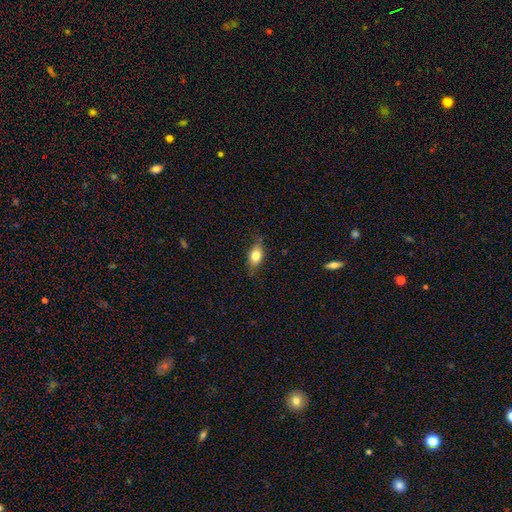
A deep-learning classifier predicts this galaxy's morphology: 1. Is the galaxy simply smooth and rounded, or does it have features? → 75% smooth, 16% featured or disk, 8% star or artifact.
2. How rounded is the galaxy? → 82% in between, 12% round, 6% cigar-shaped.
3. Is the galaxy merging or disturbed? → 75% none, 20% minor disturbance, 4% major disturbance, 1% merger.